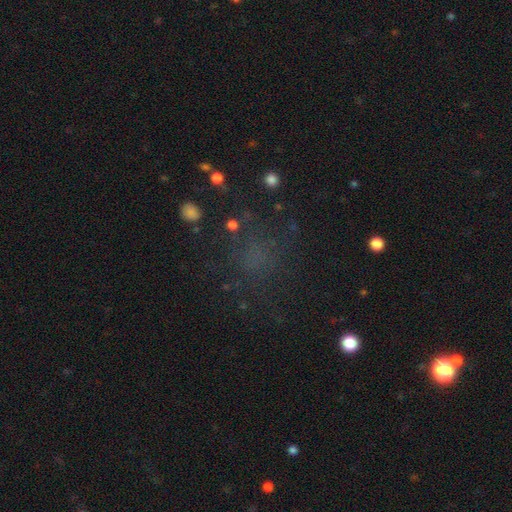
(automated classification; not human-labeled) smooth_or_featured: smooth (p=0.45) [alt: star or artifact p=0.38]
merging: none (p=0.68) [alt: minor disturbance p=0.15]